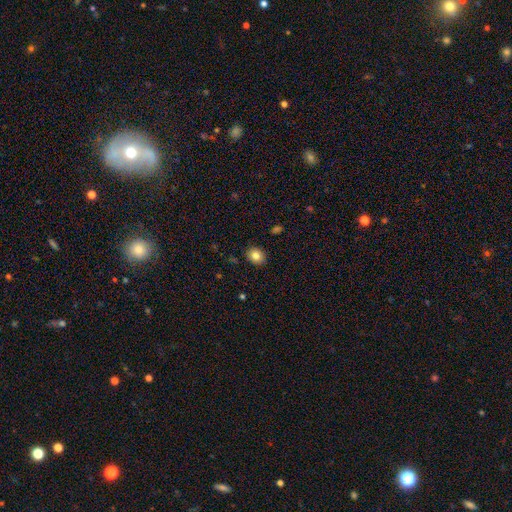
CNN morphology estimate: Smooth or featured: smooth — 82% (star or artifact — 10%)
How rounded: round — 59% (in between — 40%)
Merging: none — 89% (minor disturbance — 8%)